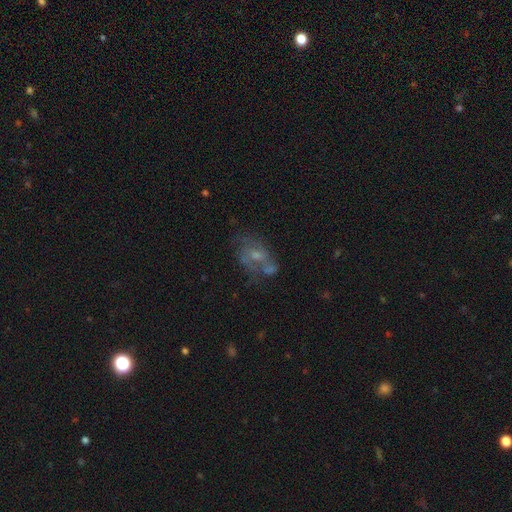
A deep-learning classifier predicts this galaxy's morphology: Q: Smooth or featured?
A: featured or disk (55%); runner-up: smooth (32%)
Q: Edge-on disk?
A: no (96%); runner-up: yes (4%)
Q: Bar?
A: no (73%); runner-up: weak (23%)
Q: Spiral arms?
A: no (52%); runner-up: yes (48%)
Q: Bulge size?
A: moderate (47%); runner-up: small (37%)
Q: Merging?
A: none (38%); runner-up: merger (24%)